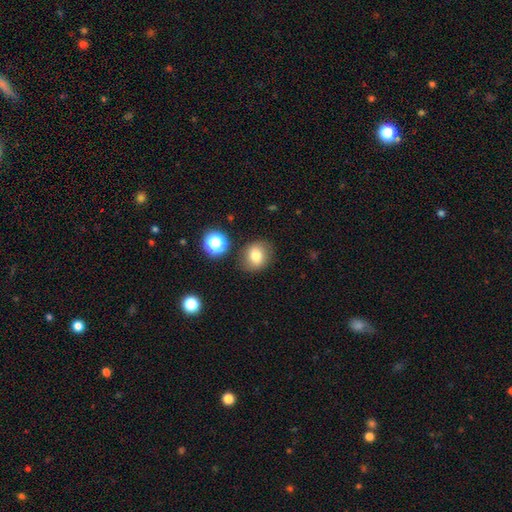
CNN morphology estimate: Smooth or featured?
  - smooth: 76% *
  - star or artifact: 12%
  - featured or disk: 12%
How rounded?
  - round: 63% *
  - in between: 36%
  - cigar-shaped: 1%
Merging?
  - none: 81% *
  - minor disturbance: 12%
  - major disturbance: 4%
  - merger: 3%